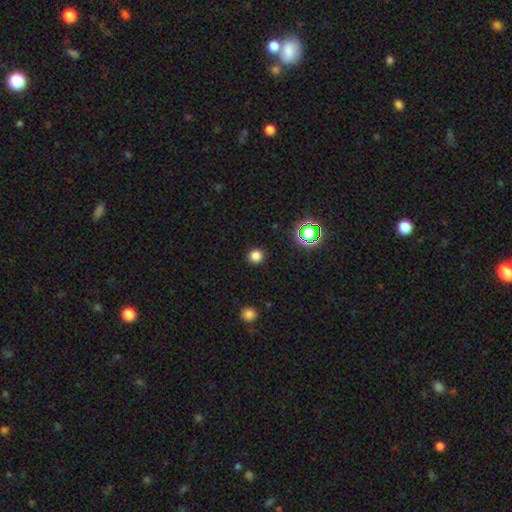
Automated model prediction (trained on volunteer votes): A smooth galaxy with no disk features (79%) that is round (93%).

Vote fractions:
- Smooth or featured? smooth: 79% / star or artifact: 17% / featured or disk: 4%
- How rounded? round: 93% / in between: 6% / cigar-shaped: 1%
- Merging? none: 92% / minor disturbance: 5% / major disturbance: 2% / merger: 1%